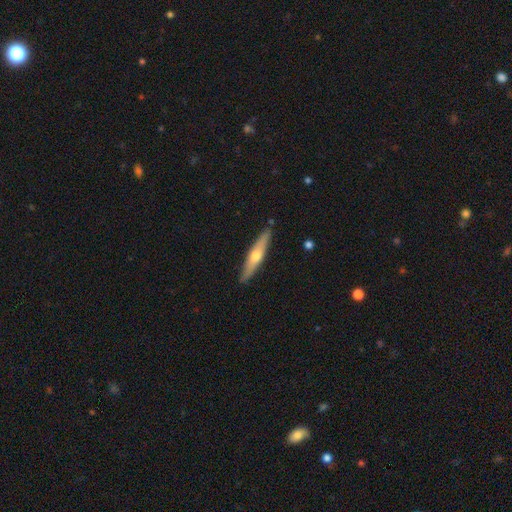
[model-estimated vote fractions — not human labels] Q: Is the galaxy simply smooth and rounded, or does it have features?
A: featured or disk — 53%.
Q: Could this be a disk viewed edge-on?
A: yes — 91%.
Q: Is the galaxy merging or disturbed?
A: none — 89%.